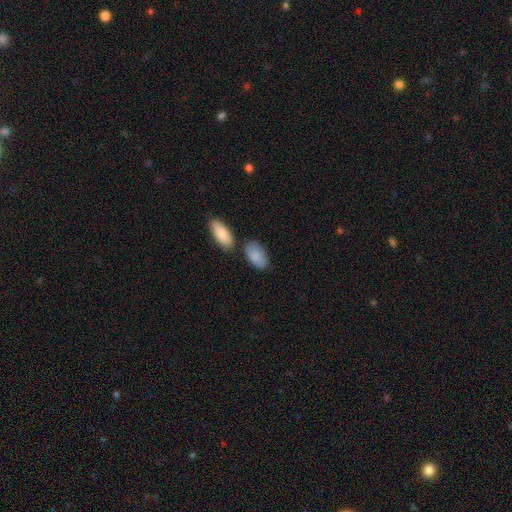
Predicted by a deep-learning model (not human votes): smooth_or_featured: smooth (p=0.86) [alt: featured or disk p=0.08]
how_rounded: in between (p=0.94) [alt: round p=0.03]
merging: none (p=0.63) [alt: minor disturbance p=0.18]